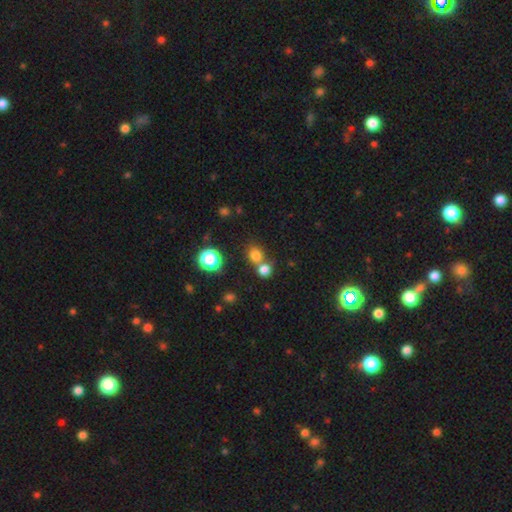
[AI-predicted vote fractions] smooth 76%, star or artifact 17%, featured or disk 7%. Down the decision tree: how rounded — round (77%); merging — none (54%).